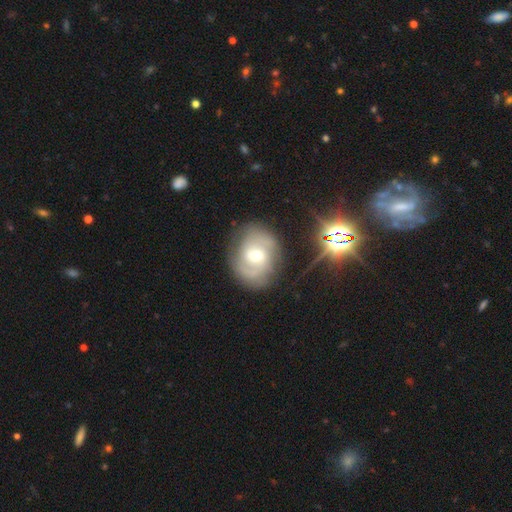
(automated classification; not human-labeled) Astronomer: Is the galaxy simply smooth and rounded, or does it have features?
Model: featured or disk — 75%.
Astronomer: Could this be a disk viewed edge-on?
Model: no — 96%.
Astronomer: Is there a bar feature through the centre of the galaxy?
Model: no — 49% (runner-up: weak, 41%).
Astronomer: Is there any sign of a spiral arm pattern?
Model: yes — 91%.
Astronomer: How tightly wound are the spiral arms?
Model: tight — 44% (runner-up: medium, 42%).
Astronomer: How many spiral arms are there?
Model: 2 — 63%.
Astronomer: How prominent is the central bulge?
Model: moderate — 59% (runner-up: small, 37%).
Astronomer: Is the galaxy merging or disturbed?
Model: none — 76%.